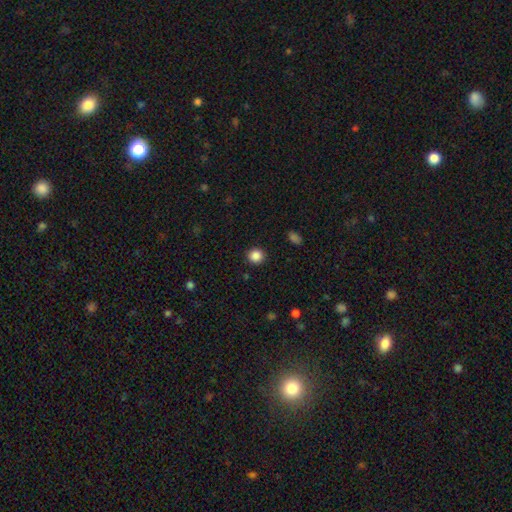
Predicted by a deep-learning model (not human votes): Overall: smooth (87%). How rounded: round (91%). Merging: none (91%).